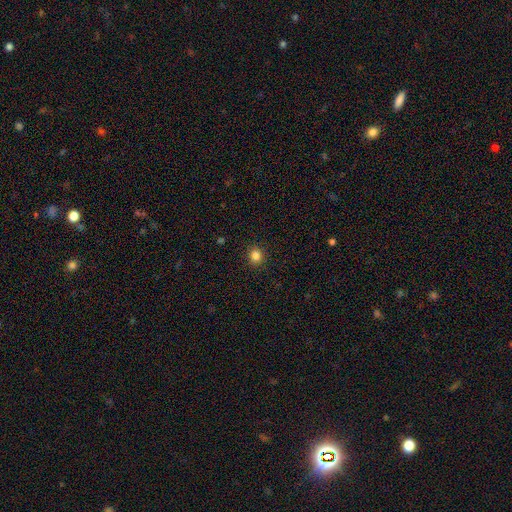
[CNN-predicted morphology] This appears to be a smooth galaxy with no disk features (83%) that is round (86%). Merging: none (91%).